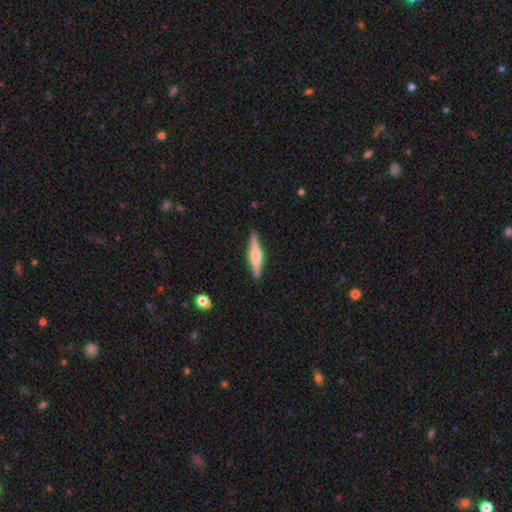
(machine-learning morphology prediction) The model was most divided on "smooth or featured": featured or disk: 63%, smooth: 32%, star or artifact: 6%. More confident: edge-on disk — yes (97%); merging — none (90%); edge-on bulge — rounded (82%).